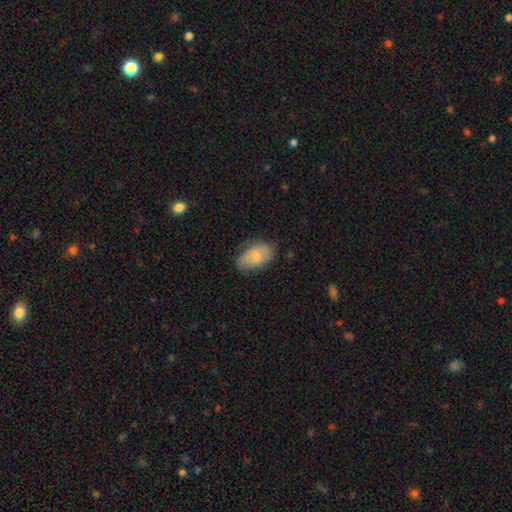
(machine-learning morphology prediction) This appears to be a smooth galaxy with no disk features (72%) that is in between round and cigar-shaped (92%). Merging: none (66%).